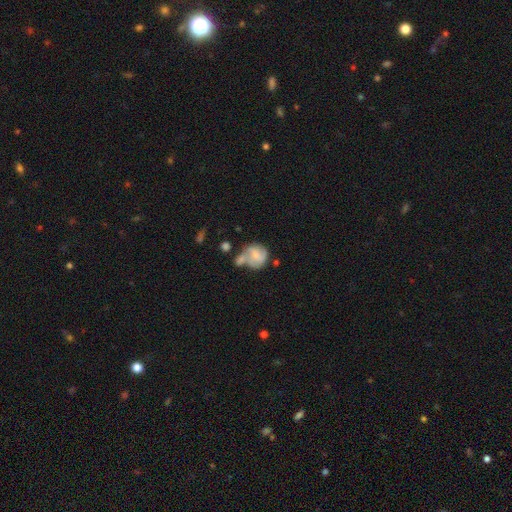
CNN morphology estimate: Q: Smooth or featured?
A: featured or disk (49%); runner-up: smooth (43%)
Q: Merging?
A: merger (33%); runner-up: none (31%)